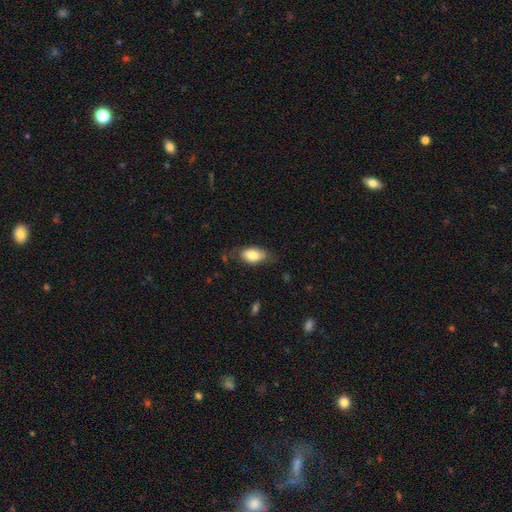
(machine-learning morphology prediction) Q: Smooth or featured?
A: smooth (82%); runner-up: featured or disk (11%)
Q: How rounded?
A: in between (91%); runner-up: cigar-shaped (5%)
Q: Merging?
A: none (67%); runner-up: minor disturbance (25%)